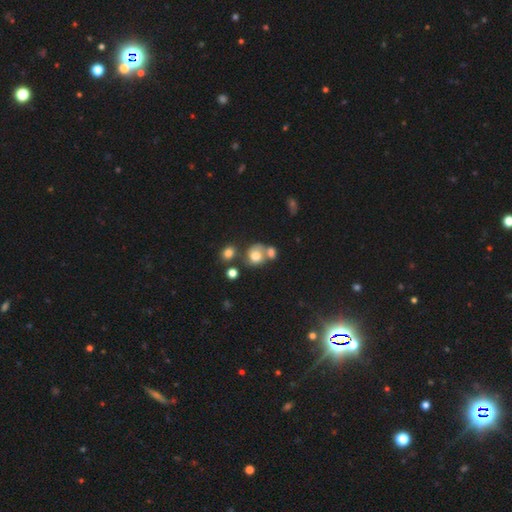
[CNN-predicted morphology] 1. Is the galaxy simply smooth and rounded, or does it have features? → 70% smooth, 18% featured or disk, 12% star or artifact.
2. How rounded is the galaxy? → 68% round, 31% in between, 1% cigar-shaped.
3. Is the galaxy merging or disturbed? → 42% merger, 37% none, 13% minor disturbance, 8% major disturbance.